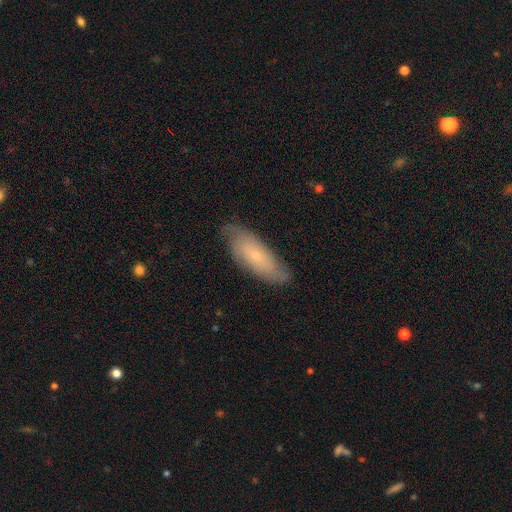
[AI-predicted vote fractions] Smooth or featured: smooth — 48% (featured or disk — 45%)
Merging: none — 74% (minor disturbance — 20%)